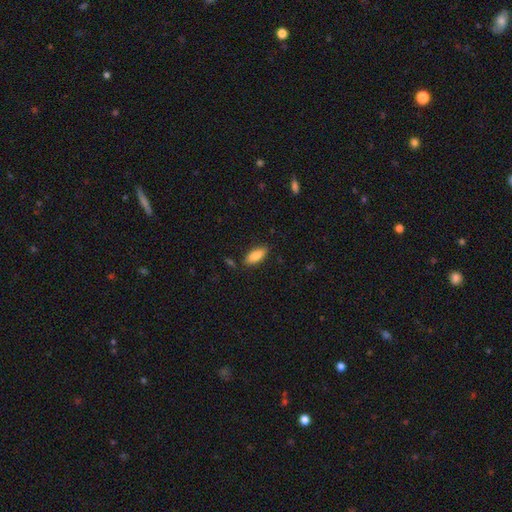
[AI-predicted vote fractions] This appears to be a smooth galaxy with no disk features (84%) that is in between round and cigar-shaped (79%). Merging: none (84%).